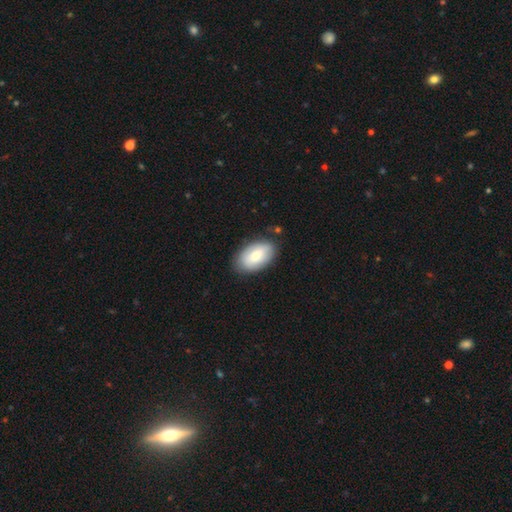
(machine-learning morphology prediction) A smooth galaxy with no disk features (70%) that is in between round and cigar-shaped (93%). Merging: none (82%).